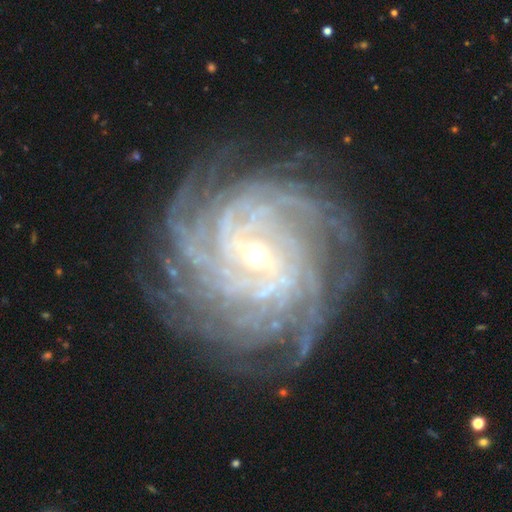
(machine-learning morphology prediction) A featured or disk galaxy (92%) with a weak bar (50%), more than 4 (40%) tight (80%) spiral arms (98%) and a small central bulge (72%).

Vote fractions:
- Smooth or featured? featured or disk: 92% / star or artifact: 5% / smooth: 3%
- Edge-on disk? no: 98% / yes: 2%
- Bar? weak: 50% / strong: 26% / no: 24%
- Spiral arms? yes: 98% / no: 2%
- Spiral winding? tight: 80% / medium: 17% / loose: 4%
- Spiral arm count? more than 4: 40% / 4: 19% / can't tell: 17% / 3: 9% / 2: 8% / 1: 8%
- Bulge size? small: 72% / moderate: 25% / large: 2% / none: 1% / dominant: 1%
- Merging? none: 81% / minor disturbance: 12% / major disturbance: 5% / merger: 1%